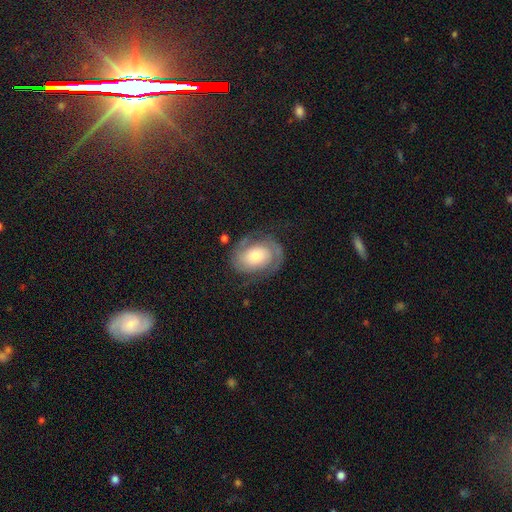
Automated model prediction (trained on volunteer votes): featured or disk 81%, smooth 13%, star or artifact 6%. Down the decision tree: edge-on disk — no (97%); bar — no (69%); spiral arms — yes (94%); spiral arm count — 2 (88%); spiral winding — tight (47%); bulge size — moderate (51%); merging — none (73%).